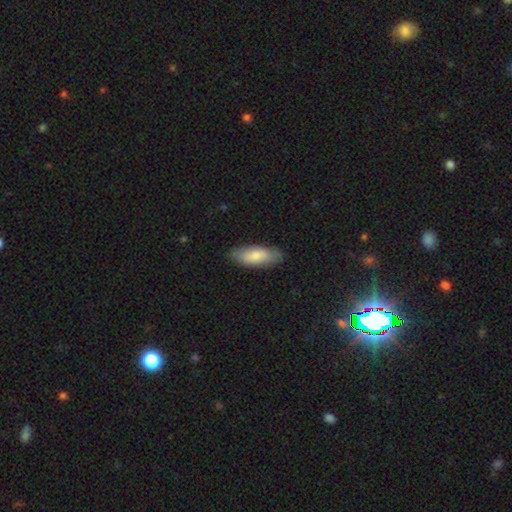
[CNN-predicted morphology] smooth 79%, featured or disk 16%, star or artifact 6%. Down the decision tree: how rounded — in between (72%); merging — none (85%).